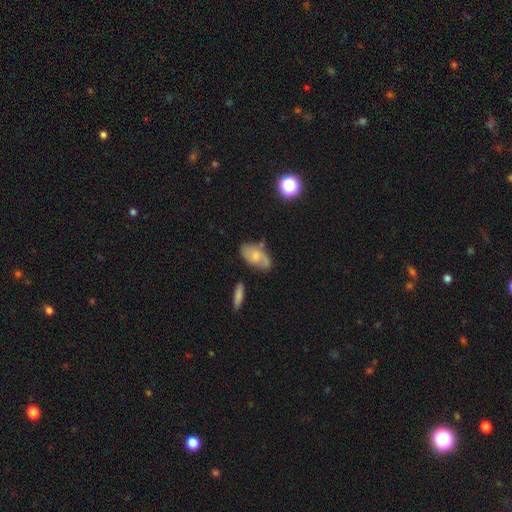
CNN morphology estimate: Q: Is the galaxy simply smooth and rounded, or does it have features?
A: featured or disk — 54%.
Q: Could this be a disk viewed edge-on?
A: no — 94%.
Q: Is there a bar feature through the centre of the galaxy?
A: no — 59%.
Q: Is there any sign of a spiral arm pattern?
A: yes — 84%.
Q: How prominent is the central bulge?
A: small — 43%.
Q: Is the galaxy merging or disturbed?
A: none — 57%.